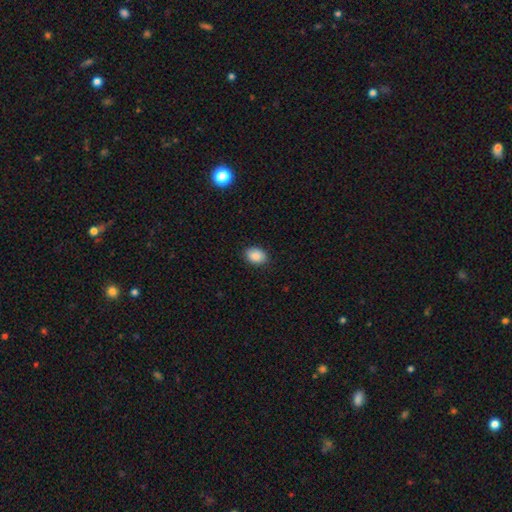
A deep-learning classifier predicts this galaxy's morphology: smooth-or-featured: smooth: 88% | star or artifact: 8% | featured or disk: 4%
  how-rounded: in between: 73% | round: 26% | cigar-shaped: 1%
  merging: none: 87% | minor disturbance: 10% | major disturbance: 2% | merger: 1%